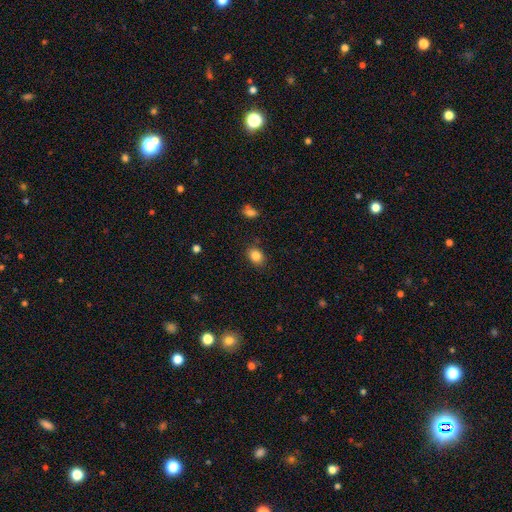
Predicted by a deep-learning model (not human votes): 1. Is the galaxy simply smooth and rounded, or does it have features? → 85% smooth, 10% star or artifact, 5% featured or disk.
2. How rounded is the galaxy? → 57% in between, 43% round, 1% cigar-shaped.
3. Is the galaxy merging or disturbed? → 85% none, 11% minor disturbance, 3% major disturbance, 2% merger.